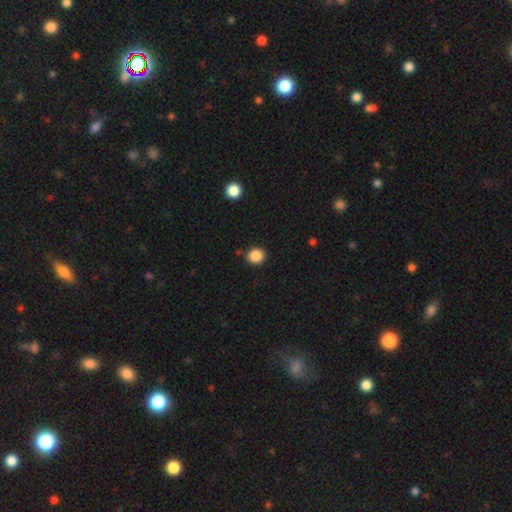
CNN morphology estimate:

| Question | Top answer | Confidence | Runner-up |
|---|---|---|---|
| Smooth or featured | smooth | 87% | star or artifact (10%) |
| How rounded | round | 86% | in between (13%) |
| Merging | none | 90% | minor disturbance (7%) |